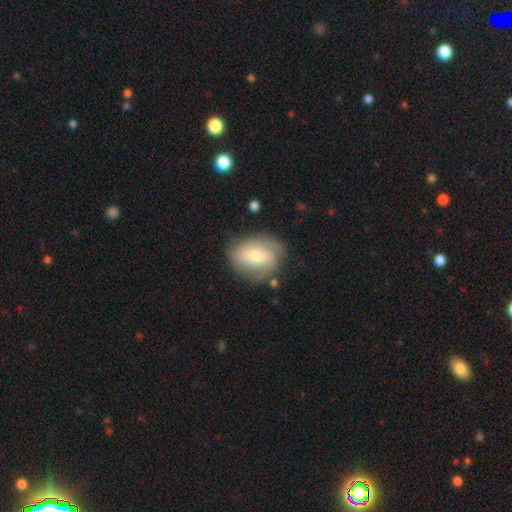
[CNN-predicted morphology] Overall: smooth (50%; featured or disk 42%). Merging: none (70%).